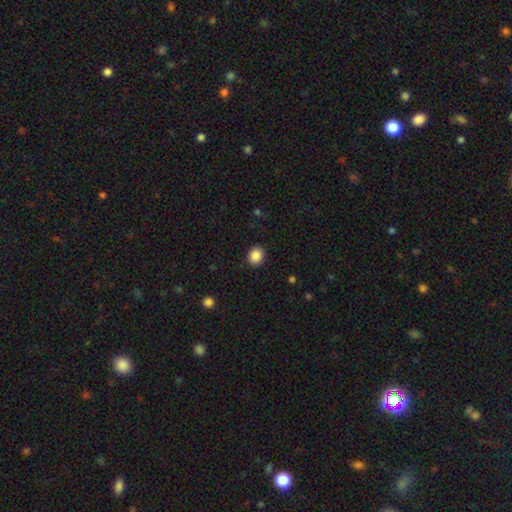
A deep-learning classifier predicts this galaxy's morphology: This appears to be a smooth galaxy with no disk features (88%) that is round (69%). Merging: none (90%).